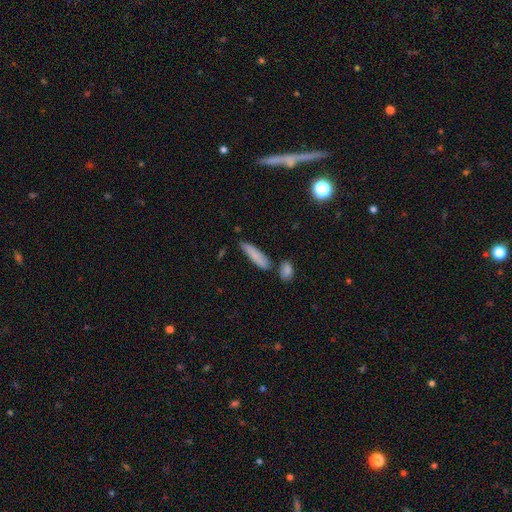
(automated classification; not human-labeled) Morphology: type=smooth (80%); roundness=cigar-shaped (77%); merging=none (67%).